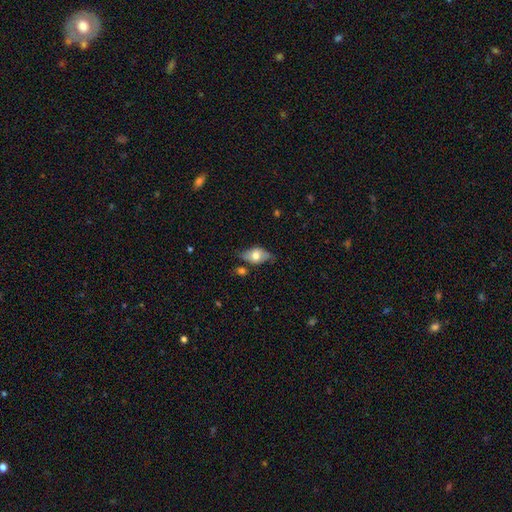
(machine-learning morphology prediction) A smooth galaxy with no disk features (59%) that is in between round and cigar-shaped (88%).

Vote fractions:
- Smooth or featured? smooth: 59% / featured or disk: 34% / star or artifact: 7%
- How rounded? in between: 88% / round: 8% / cigar-shaped: 3%
- Merging? none: 61% / minor disturbance: 27% / major disturbance: 7% / merger: 5%